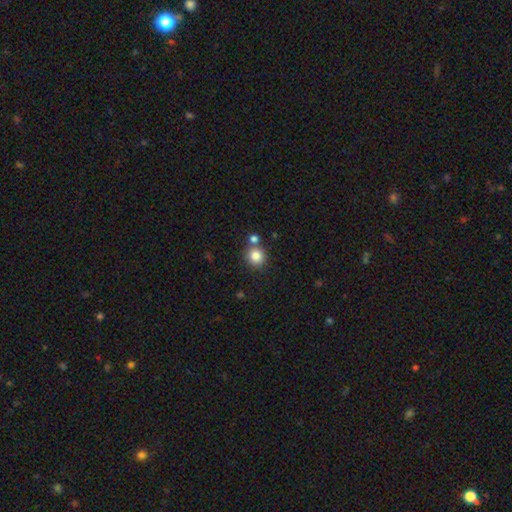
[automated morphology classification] Smooth or featured? Predicted: smooth (p=0.83). How rounded? Predicted: round (p=0.89). Merging? Predicted: none (p=0.70).